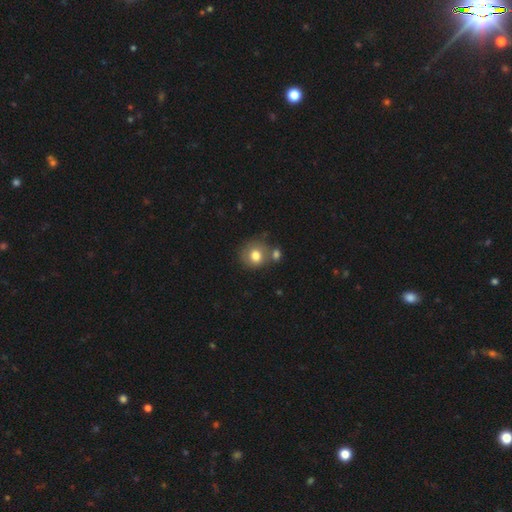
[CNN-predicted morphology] A smooth galaxy with no disk features (78%) that is round (83%).

Vote fractions:
- Smooth or featured? smooth: 78% / featured or disk: 13% / star or artifact: 9%
- How rounded? round: 83% / in between: 16% / cigar-shaped: 1%
- Merging? none: 58% / merger: 24% / minor disturbance: 13% / major disturbance: 5%